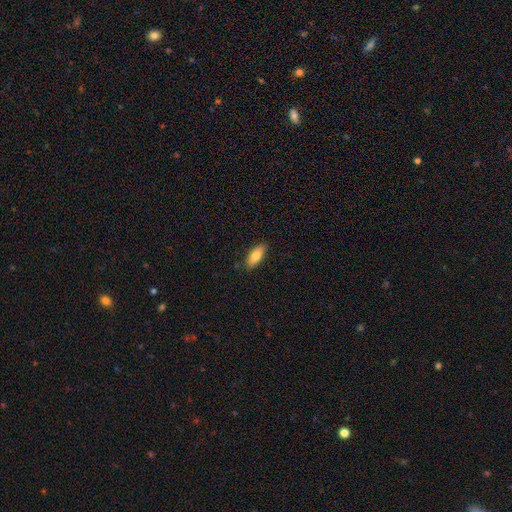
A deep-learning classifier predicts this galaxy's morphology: Overall: smooth (80%). How rounded: in between (81%). Merging: none (88%).